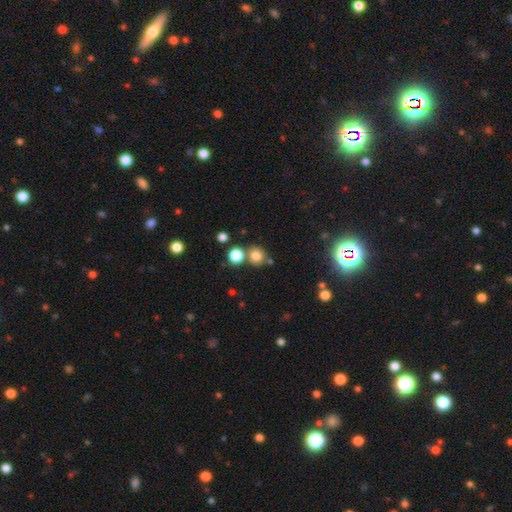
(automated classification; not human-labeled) Overall: smooth (79%). How rounded: round (86%). Merging: none (68%).